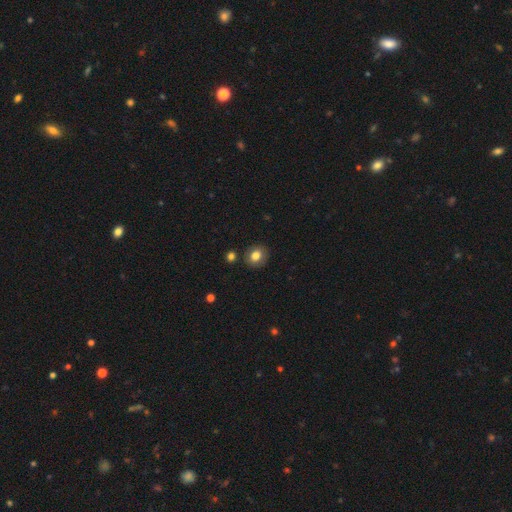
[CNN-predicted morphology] A smooth galaxy with no disk features (81%) that is round (65%).

Vote fractions:
- Smooth or featured? smooth: 81% / star or artifact: 10% / featured or disk: 10%
- How rounded? round: 65% / in between: 35% / cigar-shaped: 1%
- Merging? none: 84% / minor disturbance: 10% / merger: 4% / major disturbance: 2%